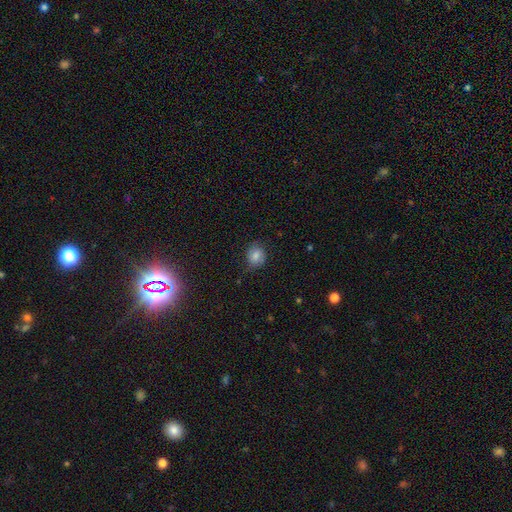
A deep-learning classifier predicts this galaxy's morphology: This appears to be a smooth galaxy with no disk features (71%) that is round (66%). Merging: none (70%).